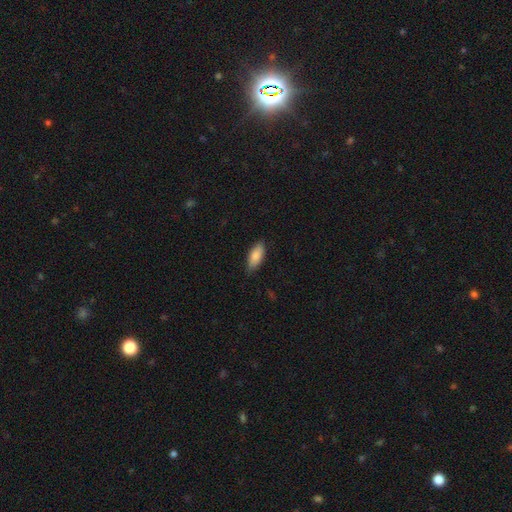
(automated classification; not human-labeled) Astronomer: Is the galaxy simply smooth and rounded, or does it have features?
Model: smooth — 85%.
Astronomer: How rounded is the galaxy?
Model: in between — 82%.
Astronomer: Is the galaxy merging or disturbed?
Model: none — 81%.